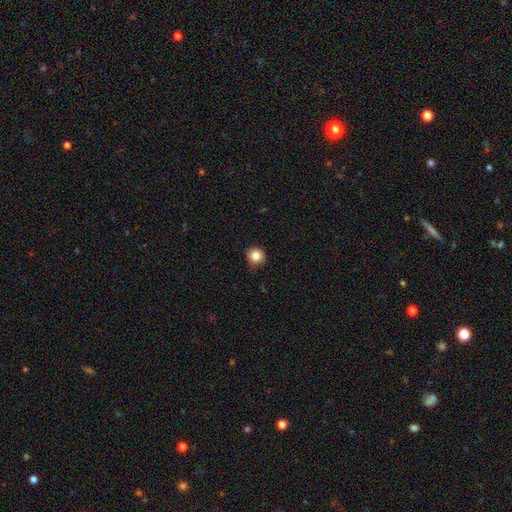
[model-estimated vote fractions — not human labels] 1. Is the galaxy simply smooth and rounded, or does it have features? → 84% smooth, 11% star or artifact, 5% featured or disk.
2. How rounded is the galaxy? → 91% round, 8% in between, 1% cigar-shaped.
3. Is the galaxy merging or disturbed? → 87% none, 10% minor disturbance, 2% major disturbance, 1% merger.